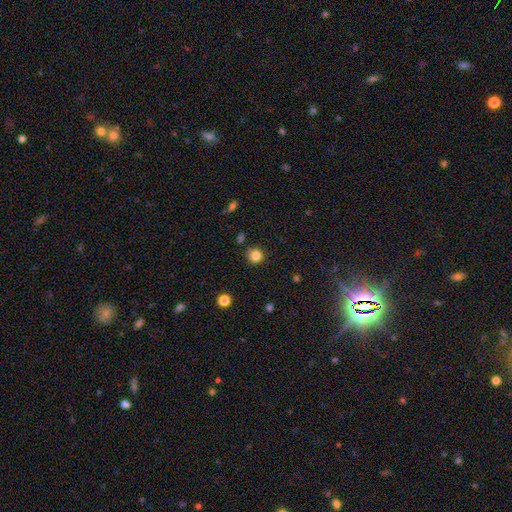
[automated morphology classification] Smooth or featured?
  - smooth: 83% *
  - star or artifact: 12%
  - featured or disk: 5%
How rounded?
  - round: 93% *
  - in between: 7%
  - cigar-shaped: 1%
Merging?
  - none: 86% *
  - minor disturbance: 8%
  - merger: 3%
  - major disturbance: 2%